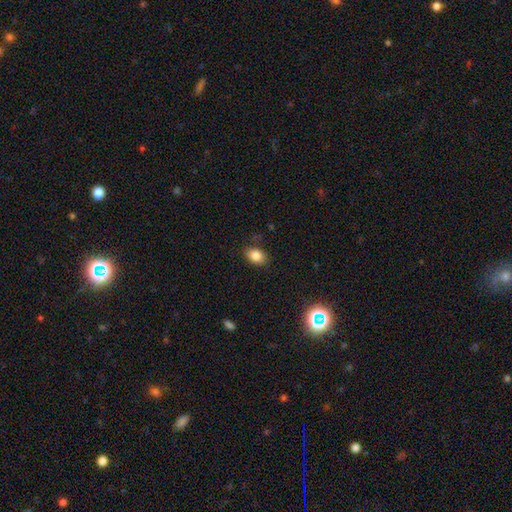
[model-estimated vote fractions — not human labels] Morphology: type=smooth (84%); roundness=in between (77%); merging=none (82%).